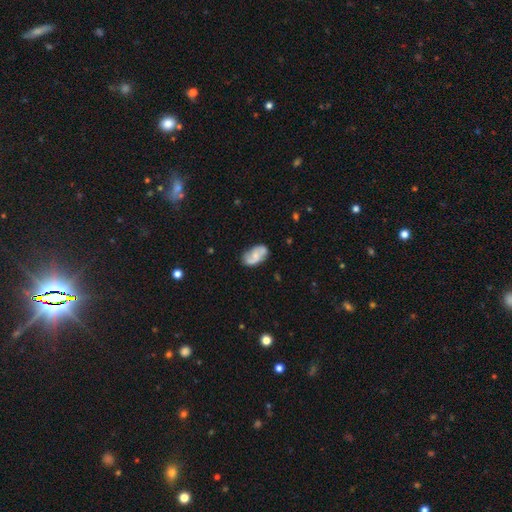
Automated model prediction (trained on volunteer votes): Smooth or featured: featured or disk — 54% (smooth — 39%)
Edge-on disk: no — 96% (yes — 4%)
Bar: no — 59% (weak — 34%)
Spiral arms: yes — 82% (no — 18%)
Bulge size: small — 47% (moderate — 34%)
Merging: none — 66% (minor disturbance — 23%)